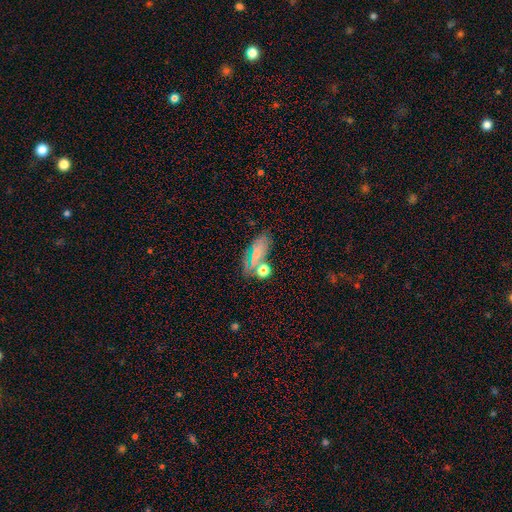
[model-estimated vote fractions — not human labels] Smooth or featured? Predicted: smooth (p=0.60). How rounded? Predicted: in between (p=0.76). Merging? Predicted: none (p=0.57).